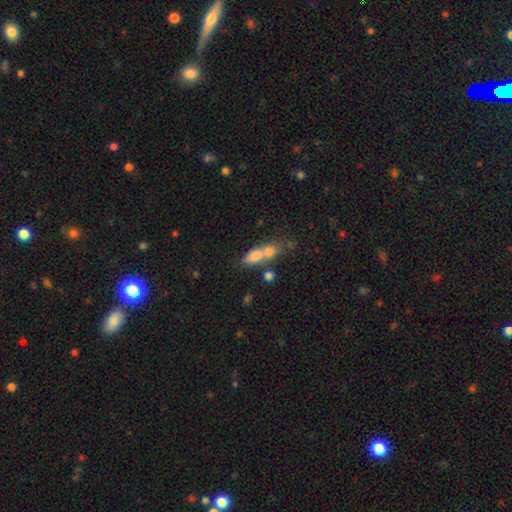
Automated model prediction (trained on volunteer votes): This appears to be a smooth galaxy with no disk features (72%) that is in between round and cigar-shaped (65%). Merging: merger (56%).